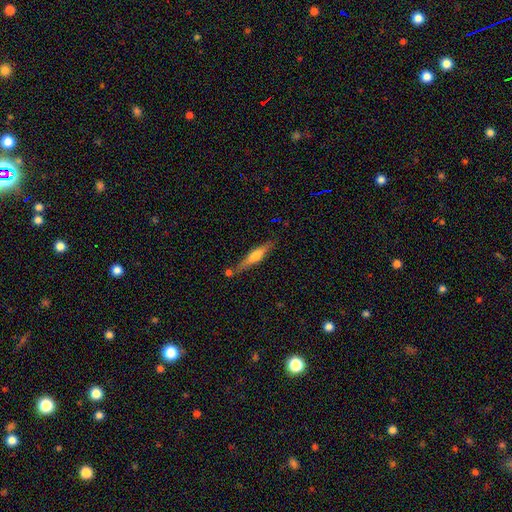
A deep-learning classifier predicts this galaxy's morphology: Q: Smooth or featured?
A: smooth (49%); runner-up: featured or disk (45%)
Q: Merging?
A: none (70%); runner-up: minor disturbance (17%)